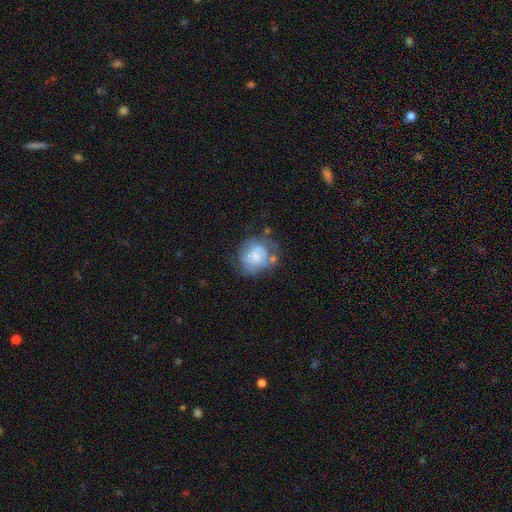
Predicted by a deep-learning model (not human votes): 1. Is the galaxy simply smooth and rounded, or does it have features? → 49% smooth, 42% featured or disk, 9% star or artifact.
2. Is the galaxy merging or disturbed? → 46% none, 27% minor disturbance, 19% major disturbance, 8% merger.